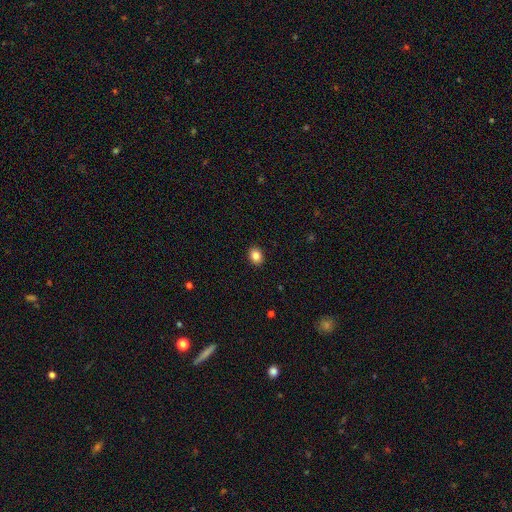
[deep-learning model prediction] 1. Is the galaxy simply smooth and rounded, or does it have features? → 85% smooth, 9% star or artifact, 5% featured or disk.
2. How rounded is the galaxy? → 54% in between, 45% round, 1% cigar-shaped.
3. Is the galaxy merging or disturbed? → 91% none, 6% minor disturbance, 2% major disturbance, 1% merger.